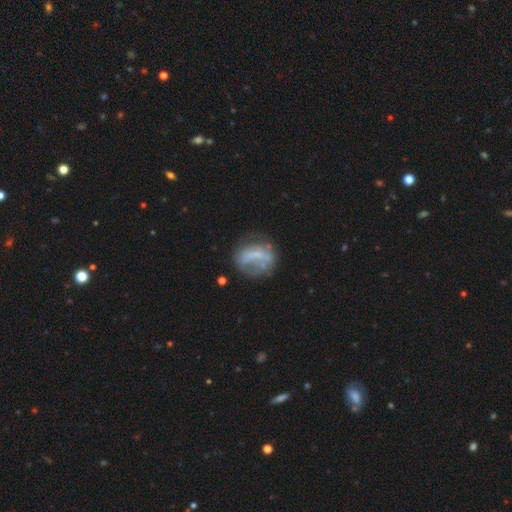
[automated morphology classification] smooth 45%, featured or disk 44%, star or artifact 11%. Down the decision tree: merging — none (47%).